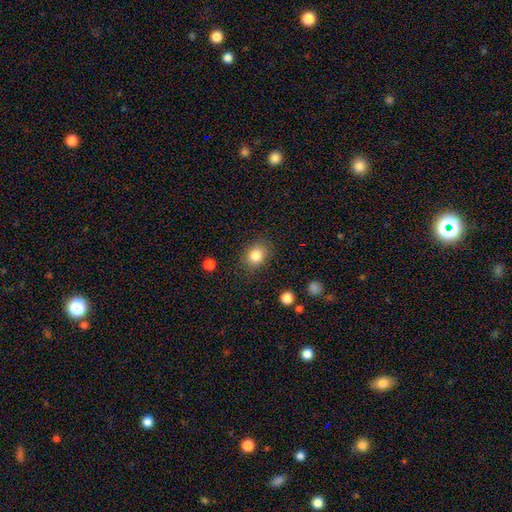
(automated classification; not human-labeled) Smooth or featured? smooth (84%)
How rounded? round (56%)
Merging? none (83%)